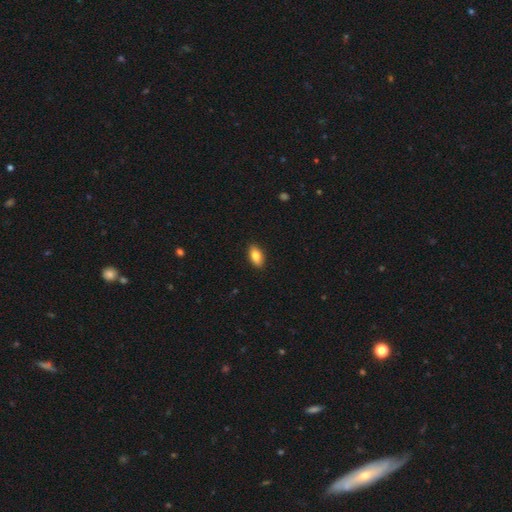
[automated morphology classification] smooth 83%, featured or disk 9%, star or artifact 7%. Down the decision tree: how rounded — in between (90%); merging — none (90%).